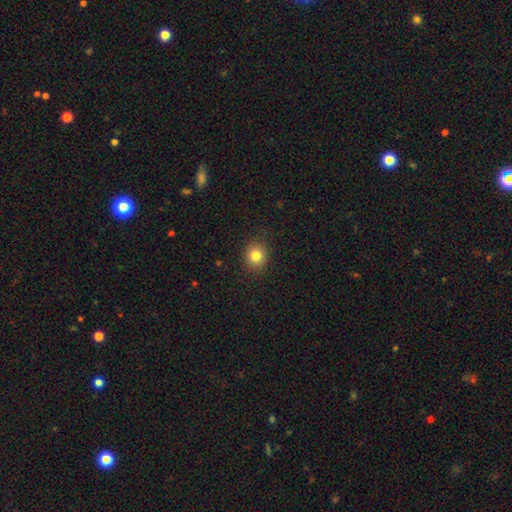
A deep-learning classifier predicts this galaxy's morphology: Smooth or featured: smooth — 82% (star or artifact — 11%)
How rounded: round — 81% (in between — 18%)
Merging: none — 90% (minor disturbance — 7%)